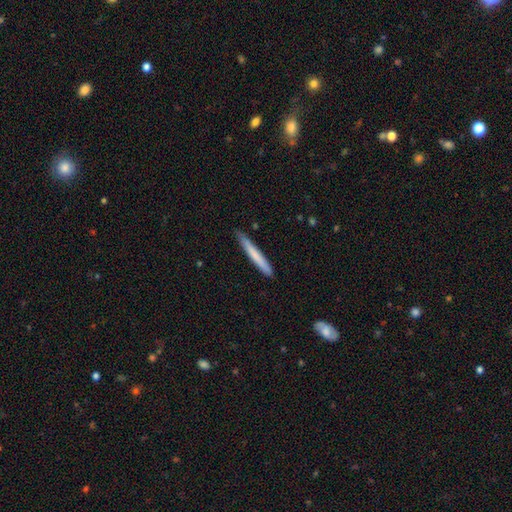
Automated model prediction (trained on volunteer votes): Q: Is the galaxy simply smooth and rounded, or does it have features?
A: smooth — 69%.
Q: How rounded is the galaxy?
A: cigar-shaped — 97%.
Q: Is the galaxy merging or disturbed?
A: none — 87%.